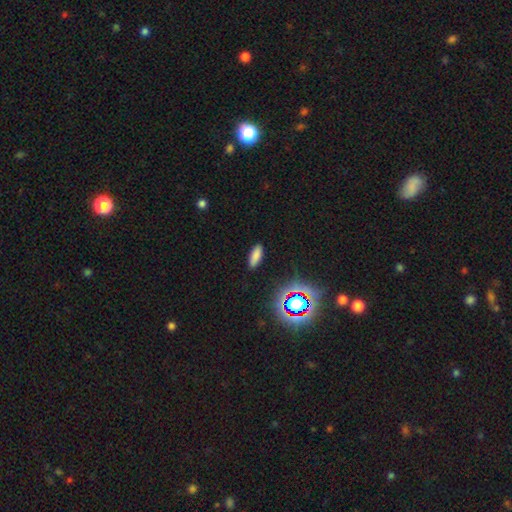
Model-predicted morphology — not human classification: smooth 79%, star or artifact 14%, featured or disk 7%. Down the decision tree: how rounded — in between (70%); merging — none (88%).